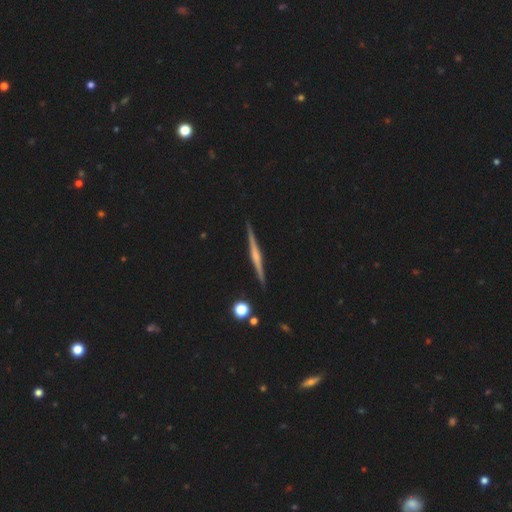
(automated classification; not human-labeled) A featured or disk galaxy (77%) viewed edge-on (98%) with a rounded central bulge (57%). Merging: none (92%).